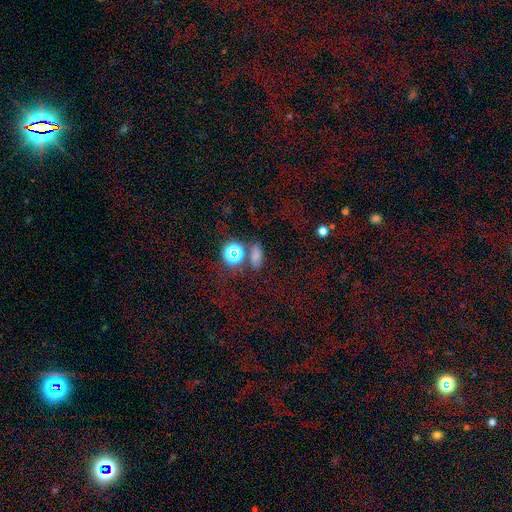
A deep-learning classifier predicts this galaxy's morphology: Q: Smooth or featured?
A: smooth (63%); runner-up: star or artifact (29%)
Q: How rounded?
A: in between (70%); runner-up: round (22%)
Q: Merging?
A: none (70%); runner-up: minor disturbance (13%)